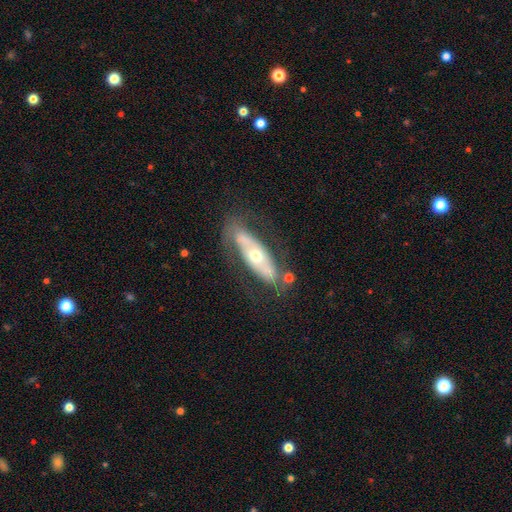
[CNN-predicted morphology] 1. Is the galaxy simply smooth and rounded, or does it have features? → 62% featured or disk, 32% smooth, 6% star or artifact.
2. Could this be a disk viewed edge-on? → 74% no, 26% yes.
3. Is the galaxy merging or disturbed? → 69% none, 17% minor disturbance, 9% major disturbance, 5% merger.